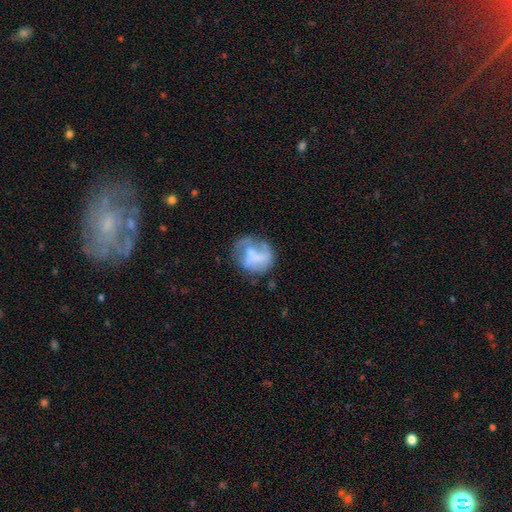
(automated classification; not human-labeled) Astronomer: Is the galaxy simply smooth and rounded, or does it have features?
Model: smooth — 48% (runner-up: featured or disk, 44%).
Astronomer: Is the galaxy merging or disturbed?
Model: none — 46% (runner-up: minor disturbance, 24%).